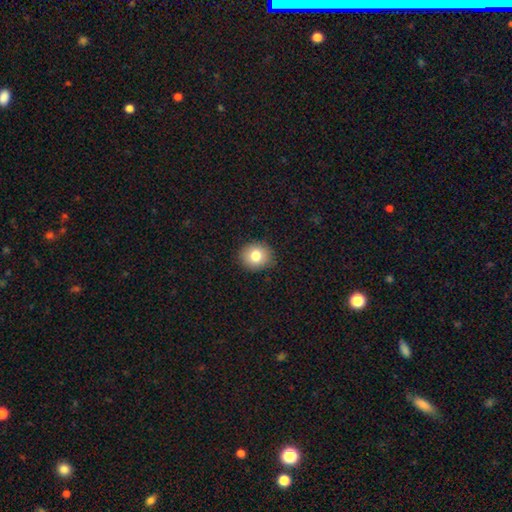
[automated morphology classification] A smooth galaxy with no disk features (80%) that is round (81%).

Vote fractions:
- Smooth or featured? smooth: 80% / featured or disk: 10% / star or artifact: 10%
- How rounded? round: 81% / in between: 18% / cigar-shaped: 1%
- Merging? none: 89% / minor disturbance: 8% / major disturbance: 2% / merger: 1%